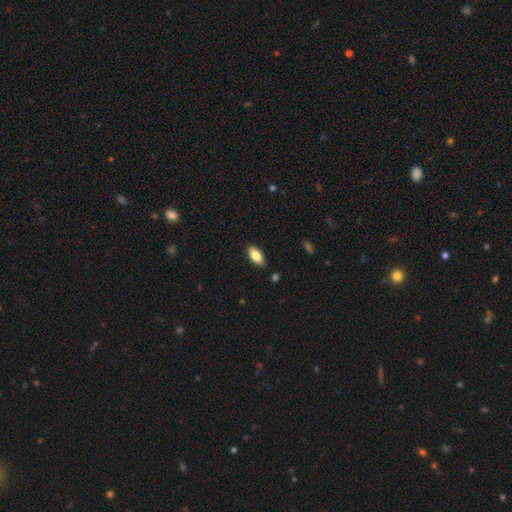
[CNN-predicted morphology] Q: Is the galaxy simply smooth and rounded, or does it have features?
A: smooth — 79%.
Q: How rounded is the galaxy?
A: in between — 88%.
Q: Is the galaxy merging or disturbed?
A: none — 88%.